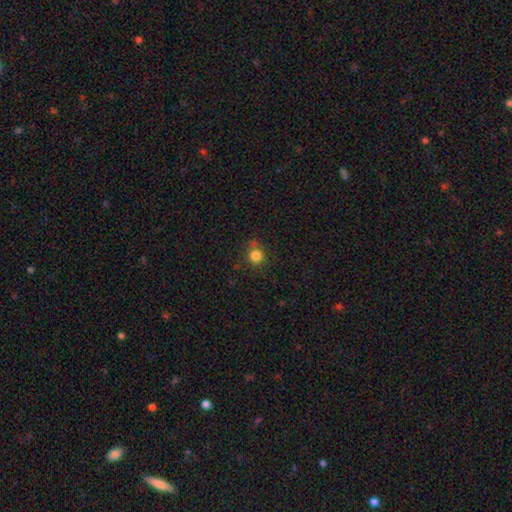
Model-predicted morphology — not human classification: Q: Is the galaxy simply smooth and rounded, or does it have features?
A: smooth — 82%.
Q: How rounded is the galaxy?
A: round — 89%.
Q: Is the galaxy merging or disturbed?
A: none — 75%.